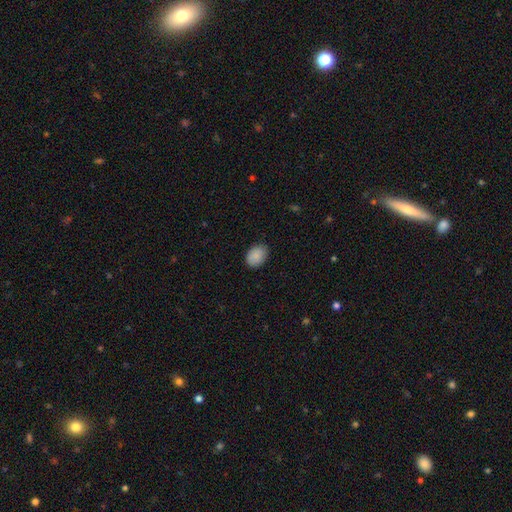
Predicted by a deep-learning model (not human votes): Q: Smooth or featured?
A: smooth (89%); runner-up: star or artifact (7%)
Q: How rounded?
A: in between (67%); runner-up: round (32%)
Q: Merging?
A: none (83%); runner-up: minor disturbance (14%)